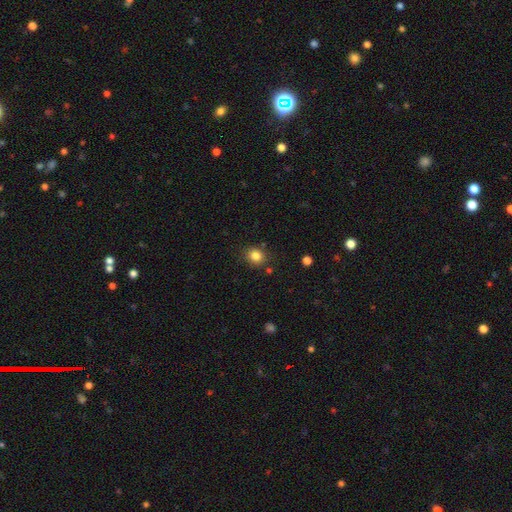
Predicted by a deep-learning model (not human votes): The model was most divided on "how rounded": round: 71%, in between: 29%, cigar-shaped: 1%. More confident: merging — none (84%); smooth or featured — smooth (82%).